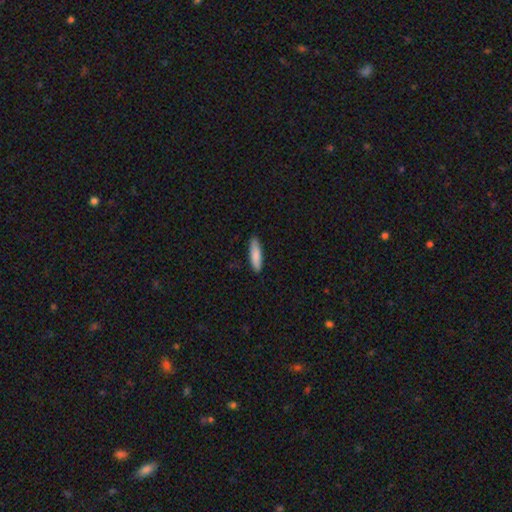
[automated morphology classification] A smooth galaxy with no disk features (86%) that is cigar-shaped (70%).

Vote fractions:
- Smooth or featured? smooth: 86% / featured or disk: 9% / star or artifact: 6%
- How rounded? cigar-shaped: 70% / in between: 29% / round: 1%
- Merging? none: 86% / minor disturbance: 11% / major disturbance: 2% / merger: 1%